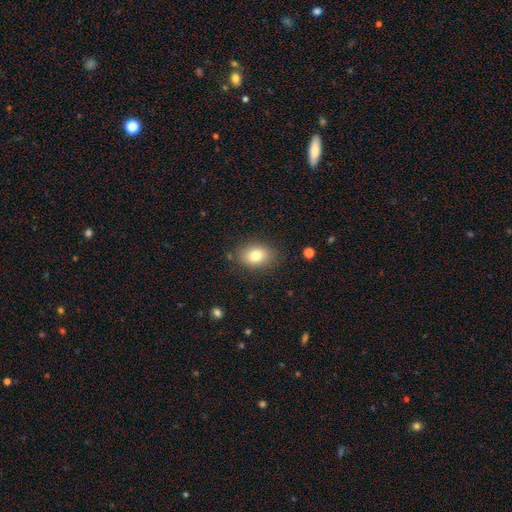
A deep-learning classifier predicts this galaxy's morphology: smooth_or_featured: smooth (p=0.79) [alt: featured or disk p=0.12]
how_rounded: in between (p=0.74) [alt: round p=0.25]
merging: none (p=0.83) [alt: minor disturbance p=0.12]